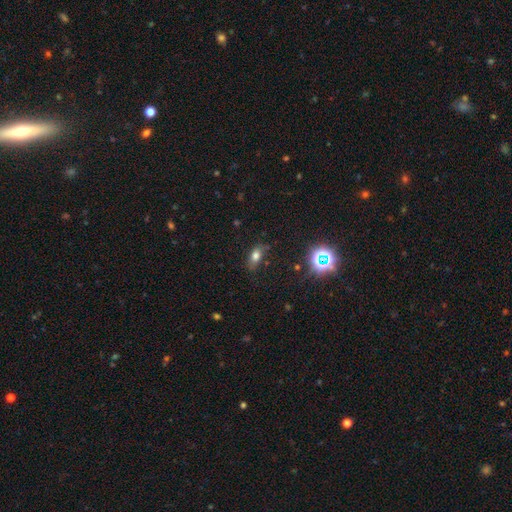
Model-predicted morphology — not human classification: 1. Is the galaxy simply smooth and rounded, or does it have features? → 68% smooth, 19% star or artifact, 13% featured or disk.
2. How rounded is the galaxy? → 80% in between, 11% round, 9% cigar-shaped.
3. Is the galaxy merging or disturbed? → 68% none, 22% minor disturbance, 7% major disturbance, 2% merger.